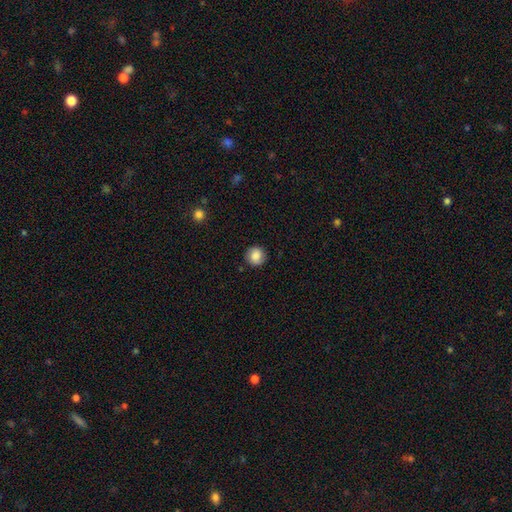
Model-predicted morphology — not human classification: Smooth or featured? Predicted: smooth (p=0.82). How rounded? Predicted: round (p=0.93). Merging? Predicted: none (p=0.87).